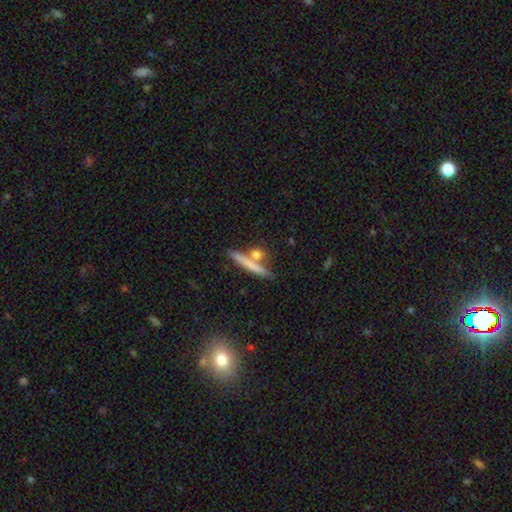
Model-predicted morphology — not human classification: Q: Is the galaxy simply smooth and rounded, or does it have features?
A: smooth — 64%.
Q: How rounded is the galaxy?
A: cigar-shaped — 74%.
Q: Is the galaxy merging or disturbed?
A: none — 68%.